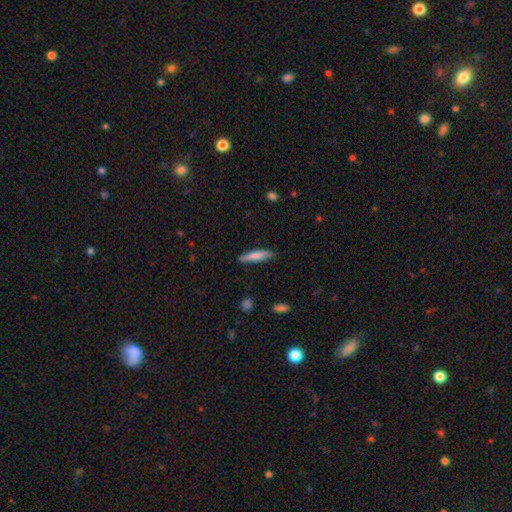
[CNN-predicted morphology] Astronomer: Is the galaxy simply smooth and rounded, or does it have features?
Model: smooth — 74%.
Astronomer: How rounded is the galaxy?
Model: cigar-shaped — 85%.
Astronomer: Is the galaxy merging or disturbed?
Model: none — 84%.